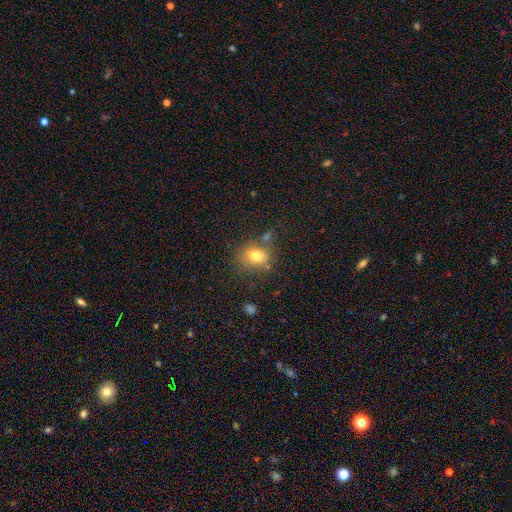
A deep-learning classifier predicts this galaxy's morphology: Smooth or featured? smooth (77%)
How rounded? in between (51%)
Merging? none (65%)